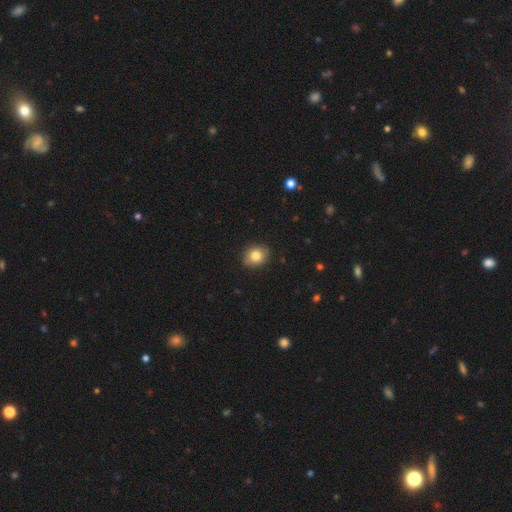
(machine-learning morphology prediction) Smooth or featured: smooth — 81% (featured or disk — 10%)
How rounded: round — 59% (in between — 40%)
Merging: none — 86% (minor disturbance — 11%)